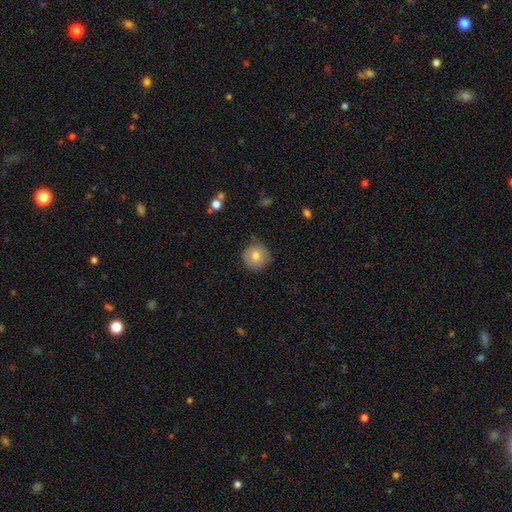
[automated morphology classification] A smooth galaxy with no disk features (76%) that is round (94%).

Vote fractions:
- Smooth or featured? smooth: 76% / featured or disk: 15% / star or artifact: 9%
- How rounded? round: 94% / in between: 5% / cigar-shaped: 1%
- Merging? none: 80% / minor disturbance: 16% / major disturbance: 3% / merger: 1%